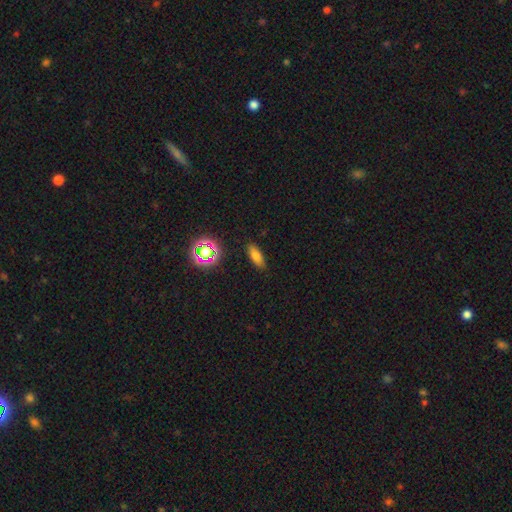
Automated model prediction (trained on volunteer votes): Q: Smooth or featured?
A: smooth (74%); runner-up: star or artifact (16%)
Q: How rounded?
A: in between (74%); runner-up: cigar-shaped (21%)
Q: Merging?
A: none (86%); runner-up: minor disturbance (10%)